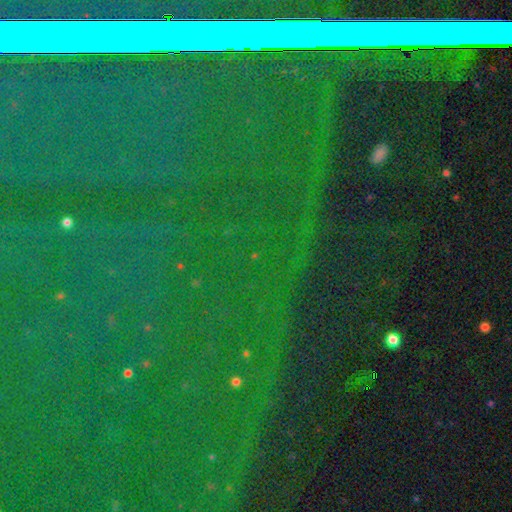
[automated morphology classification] This is clearly a star or artifact rather than a galaxy (86%).